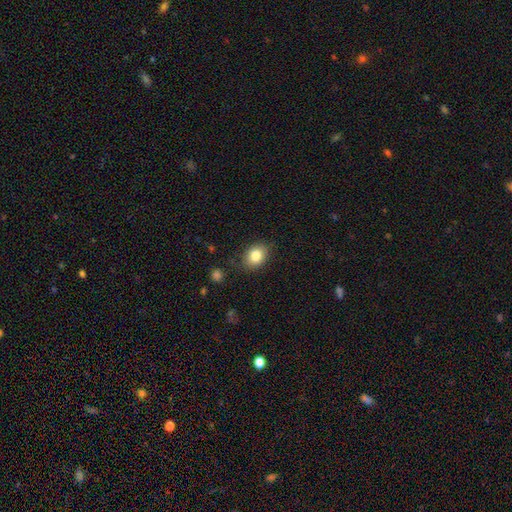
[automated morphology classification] smooth-or-featured: smooth: 83% | star or artifact: 9% | featured or disk: 8%
  how-rounded: in between: 66% | round: 33% | cigar-shaped: 1%
  merging: none: 82% | minor disturbance: 13% | major disturbance: 3% | merger: 1%